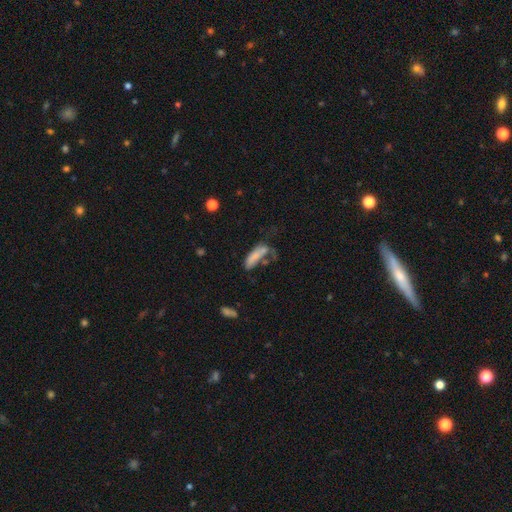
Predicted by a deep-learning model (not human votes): A smooth galaxy with no disk features (71%) that is in between round and cigar-shaped (50%). Merging: major disturbance (30%).